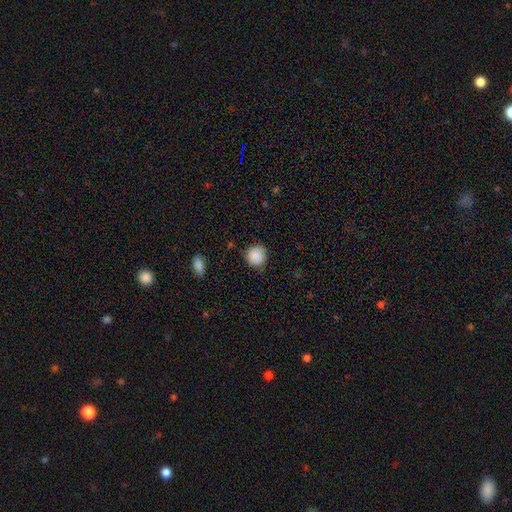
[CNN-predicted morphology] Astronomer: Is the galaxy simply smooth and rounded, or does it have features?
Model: smooth — 88%.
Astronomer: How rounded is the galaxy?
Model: round — 91%.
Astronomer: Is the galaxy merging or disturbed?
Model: none — 85%.